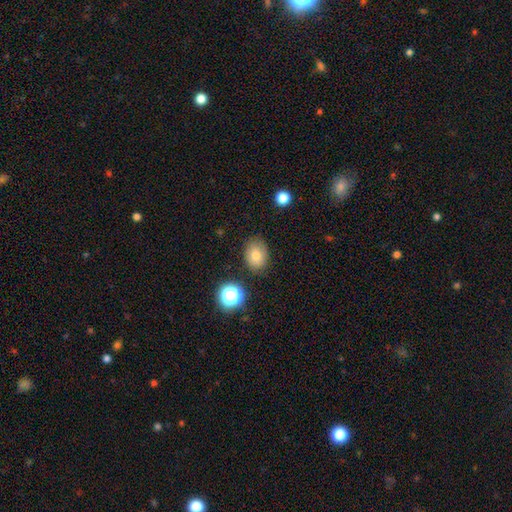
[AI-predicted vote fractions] Smooth or featured? Predicted: smooth (p=0.79). How rounded? Predicted: in between (p=0.65). Merging? Predicted: none (p=0.81).